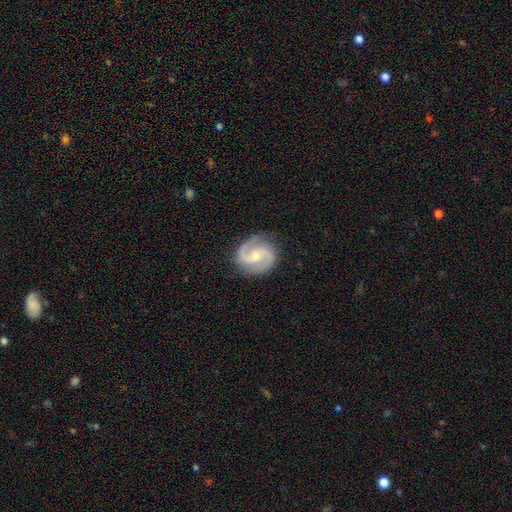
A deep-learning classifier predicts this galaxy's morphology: smooth_or_featured: featured or disk (p=0.91) [alt: smooth p=0.05]
disk_edge_on: no (p=0.98) [alt: yes p=0.02]
bar: no (p=0.47) [alt: weak p=0.39]
has_spiral_arms: yes (p=0.98) [alt: no p=0.02]
spiral_winding: medium (p=0.58) [alt: tight p=0.28]
spiral_arm_count: 2 (p=0.93) [alt: 3 p=0.02]
bulge_size: small (p=0.52) [alt: moderate p=0.46]
merging: none (p=0.84) [alt: minor disturbance p=0.12]